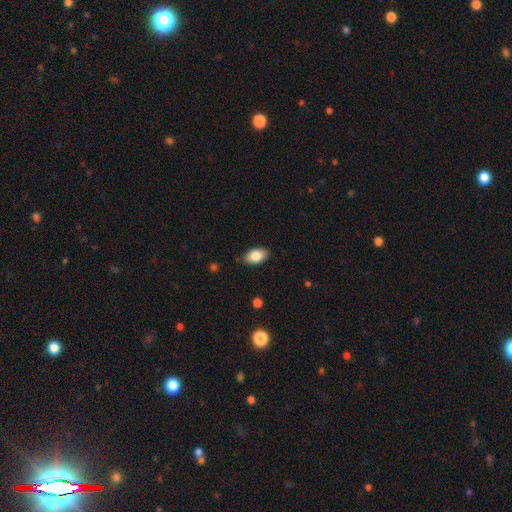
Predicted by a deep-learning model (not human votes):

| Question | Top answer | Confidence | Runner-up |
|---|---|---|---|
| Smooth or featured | smooth | 83% | featured or disk (10%) |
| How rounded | in between | 93% | round (6%) |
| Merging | none | 86% | minor disturbance (10%) |